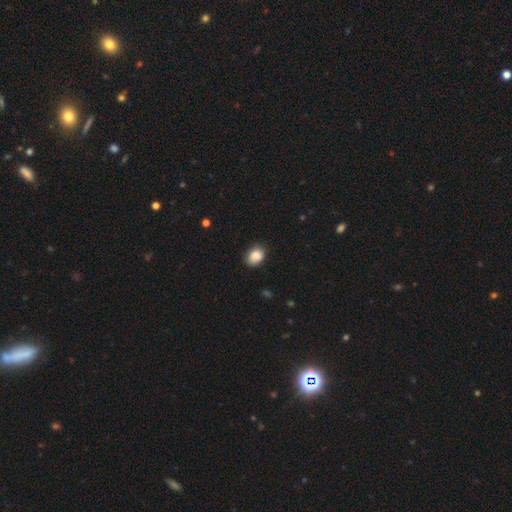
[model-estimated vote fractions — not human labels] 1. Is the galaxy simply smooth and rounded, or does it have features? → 87% smooth, 8% star or artifact, 5% featured or disk.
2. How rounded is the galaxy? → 65% in between, 34% round, 1% cigar-shaped.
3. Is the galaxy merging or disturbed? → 80% none, 16% minor disturbance, 3% major disturbance, 1% merger.